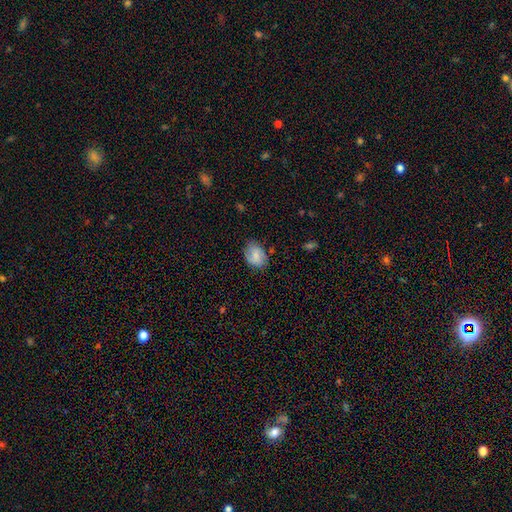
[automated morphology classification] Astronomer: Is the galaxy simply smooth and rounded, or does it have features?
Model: smooth — 73%.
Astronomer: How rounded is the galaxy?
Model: in between — 65%.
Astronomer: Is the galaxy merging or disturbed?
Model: none — 71%.